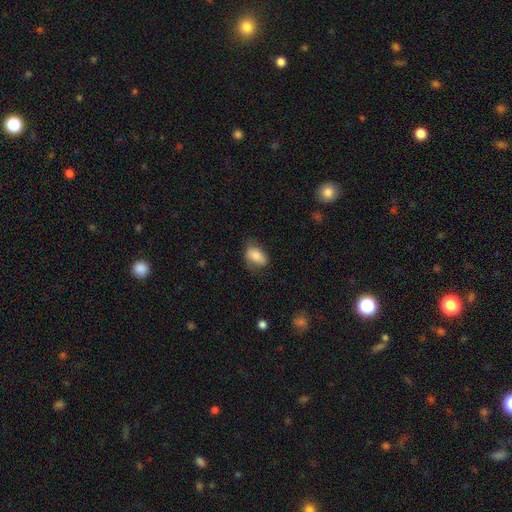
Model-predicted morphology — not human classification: This is likely a smooth galaxy (79%). How rounded: clearly in between (89%). Merging: possibly none (60%).